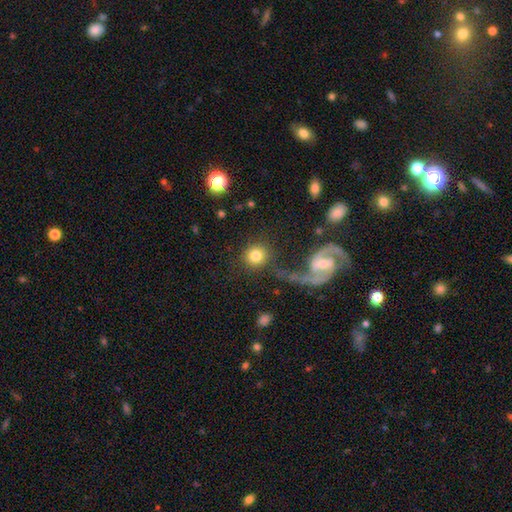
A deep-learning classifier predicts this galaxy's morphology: Overall: smooth (79%). How rounded: round (92%). Merging: none (75%).